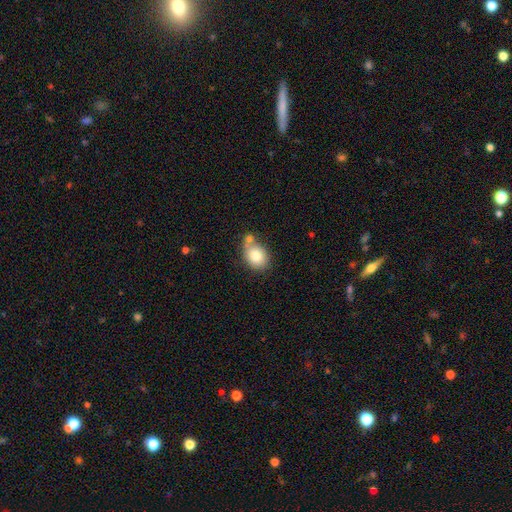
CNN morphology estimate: Smooth or featured? smooth (80%)
How rounded? in between (54%)
Merging? none (49%)